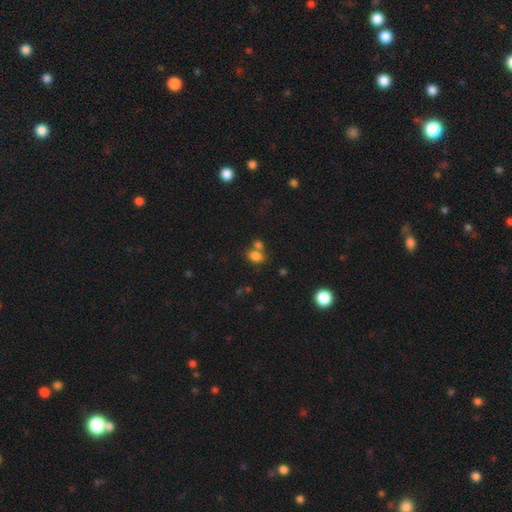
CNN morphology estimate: smooth 80%, star or artifact 12%, featured or disk 7%. Down the decision tree: how rounded — in between (73%); merging — none (49%).